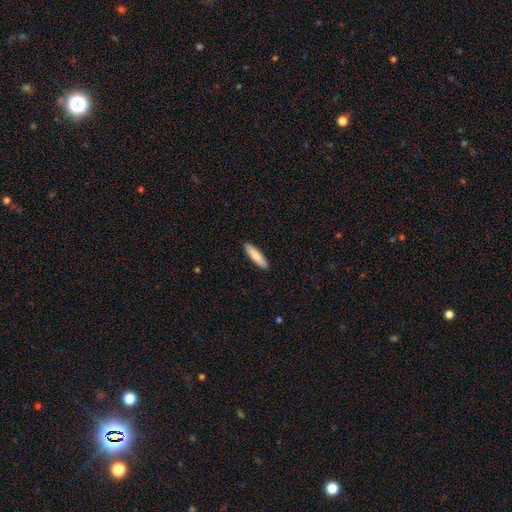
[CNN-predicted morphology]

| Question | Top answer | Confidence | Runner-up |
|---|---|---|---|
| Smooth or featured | smooth | 85% | featured or disk (10%) |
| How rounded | cigar-shaped | 77% | in between (22%) |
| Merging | none | 91% | minor disturbance (6%) |